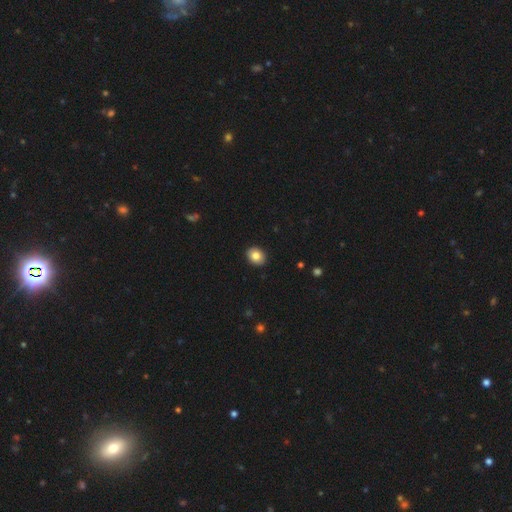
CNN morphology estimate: The model was most divided on "how rounded": round: 50%, in between: 49%, cigar-shaped: 1%. More confident: merging — none (91%); smooth or featured — smooth (83%).